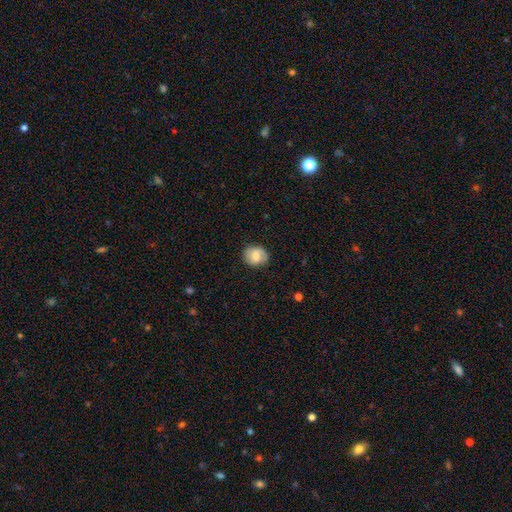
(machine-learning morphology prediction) This is likely a smooth galaxy (66%). How rounded: likely round (70%). Merging: clearly none (80%).